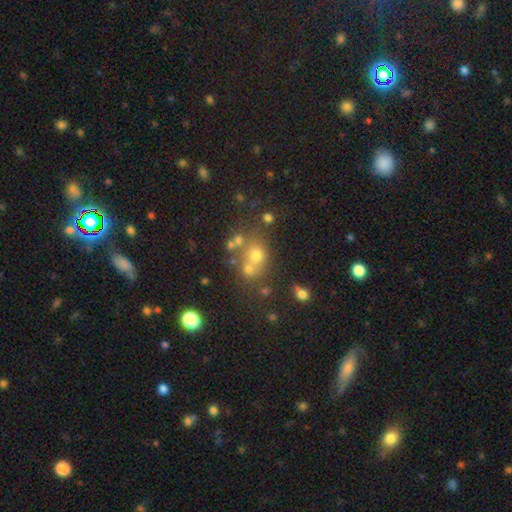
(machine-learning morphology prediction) type=smooth (58%); roundness=round (71%); merging=none (51%).